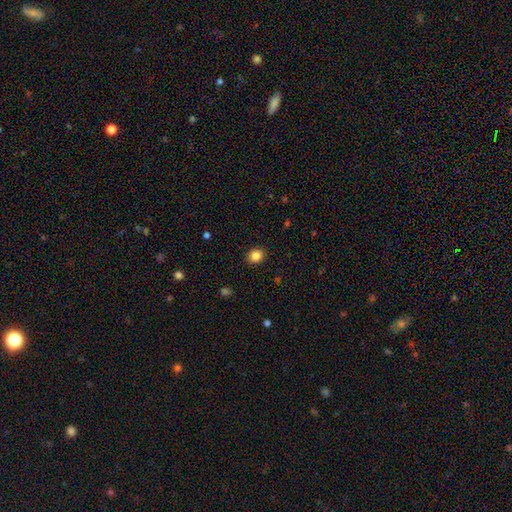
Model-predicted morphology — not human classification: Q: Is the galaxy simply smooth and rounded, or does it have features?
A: smooth — 85%.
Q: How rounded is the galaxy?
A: round — 70%.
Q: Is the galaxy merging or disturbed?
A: none — 90%.